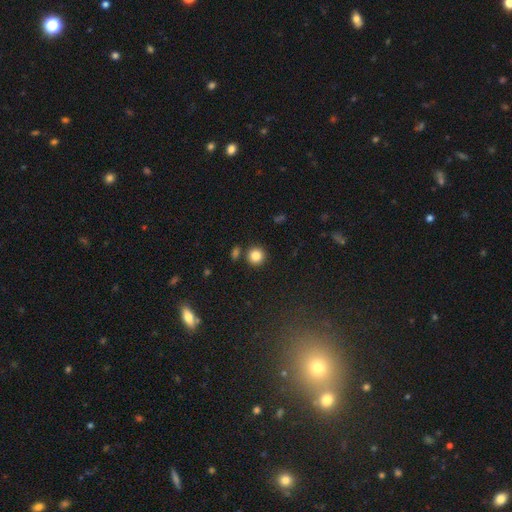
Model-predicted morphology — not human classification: Smooth or featured?
  - smooth: 84% *
  - star or artifact: 10%
  - featured or disk: 6%
How rounded?
  - round: 93% *
  - in between: 6%
  - cigar-shaped: 1%
Merging?
  - none: 85% *
  - minor disturbance: 7%
  - merger: 6%
  - major disturbance: 2%